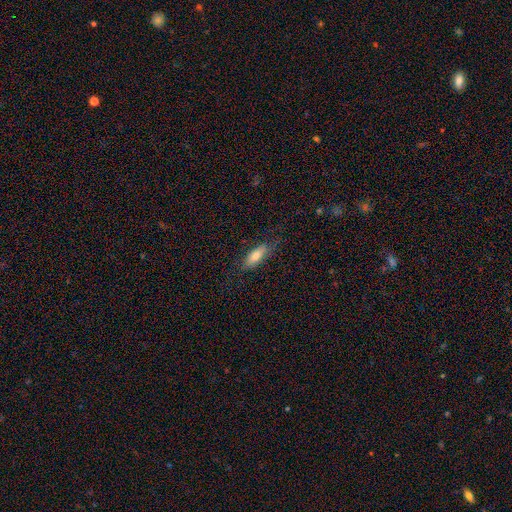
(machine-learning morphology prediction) The model was most divided on "how rounded": in between: 64%, cigar-shaped: 34%, round: 2%. More confident: merging — none (75%); smooth or featured — smooth (73%).